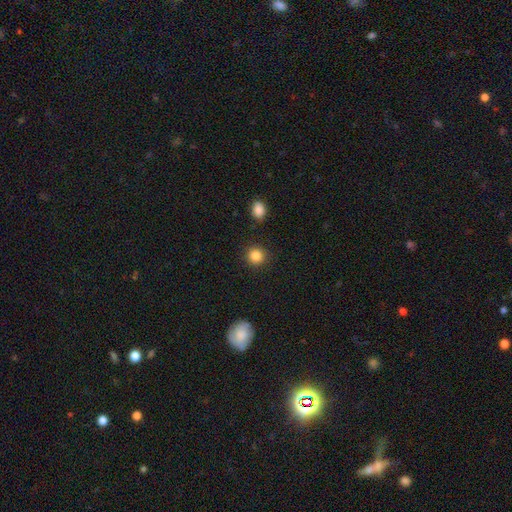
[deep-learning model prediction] Smooth or featured? Predicted: smooth (p=0.86). How rounded? Predicted: round (p=0.92). Merging? Predicted: none (p=0.90).